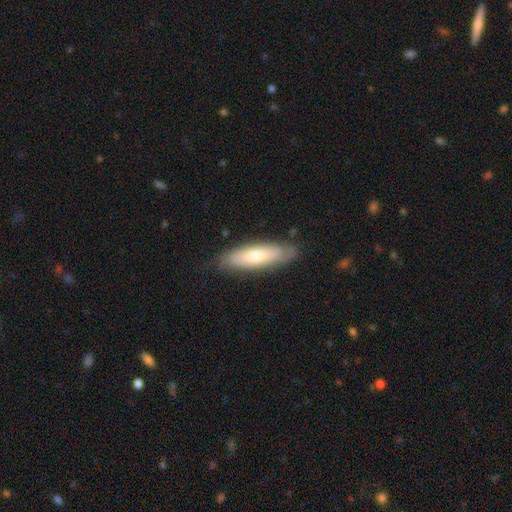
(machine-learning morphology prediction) Q: Smooth or featured?
A: smooth (66%); runner-up: featured or disk (28%)
Q: How rounded?
A: cigar-shaped (59%); runner-up: in between (40%)
Q: Merging?
A: none (79%); runner-up: minor disturbance (16%)